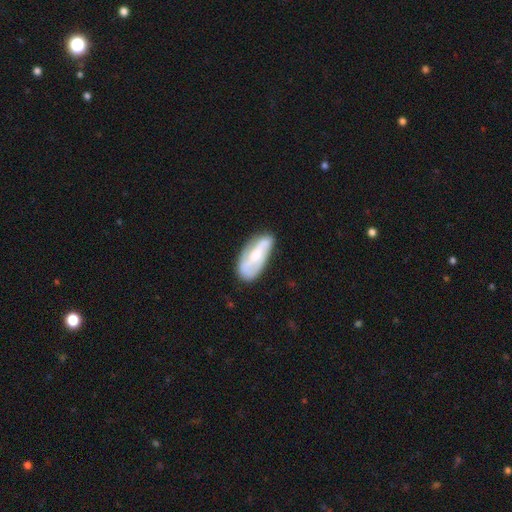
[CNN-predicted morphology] A featured or disk galaxy (54%). Merging: none (64%).